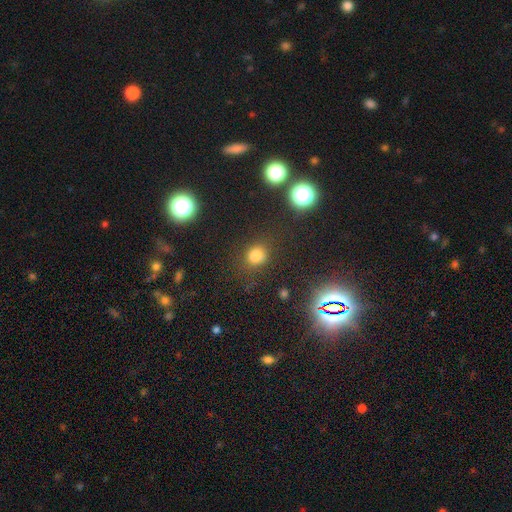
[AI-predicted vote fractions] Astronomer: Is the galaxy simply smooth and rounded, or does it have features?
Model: smooth — 73%.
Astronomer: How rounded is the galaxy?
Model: round — 76%.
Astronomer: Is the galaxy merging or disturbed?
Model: none — 74%.